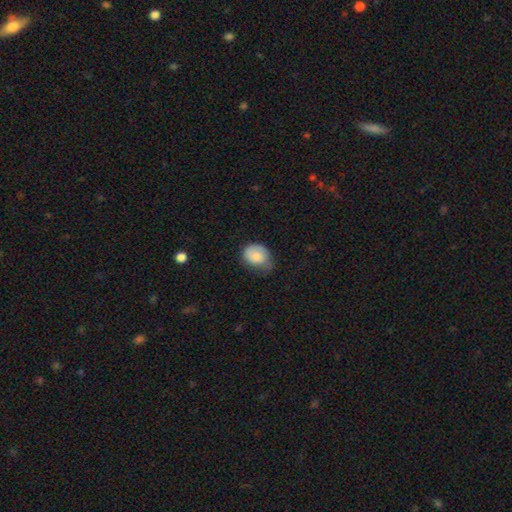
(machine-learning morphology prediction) The model was most divided on "merging": minor disturbance: 42%, none: 38%, major disturbance: 18%, merger: 2%. More confident: smooth or featured — smooth (81%); how rounded — in between (54%).